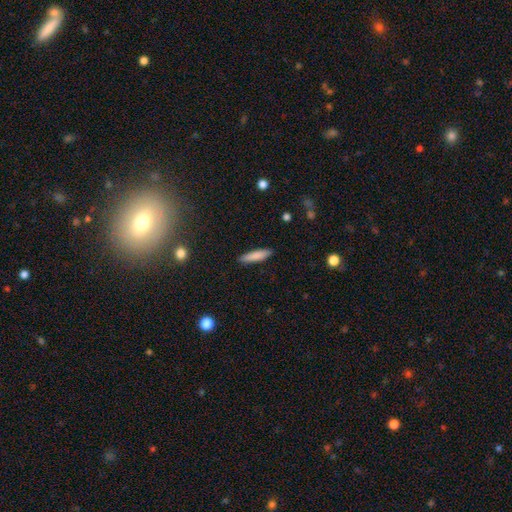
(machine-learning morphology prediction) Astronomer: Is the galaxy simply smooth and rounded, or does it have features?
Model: smooth — 83%.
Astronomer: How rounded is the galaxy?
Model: cigar-shaped — 82%.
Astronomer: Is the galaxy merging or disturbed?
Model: none — 90%.